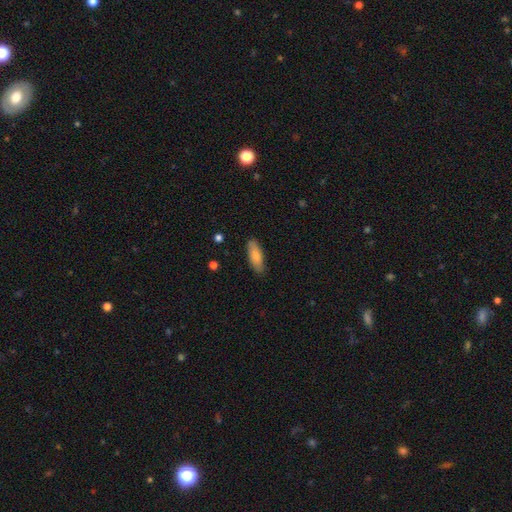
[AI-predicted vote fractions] Smooth or featured? Predicted: smooth (p=0.79). How rounded? Predicted: in between (p=0.65). Merging? Predicted: none (p=0.84).